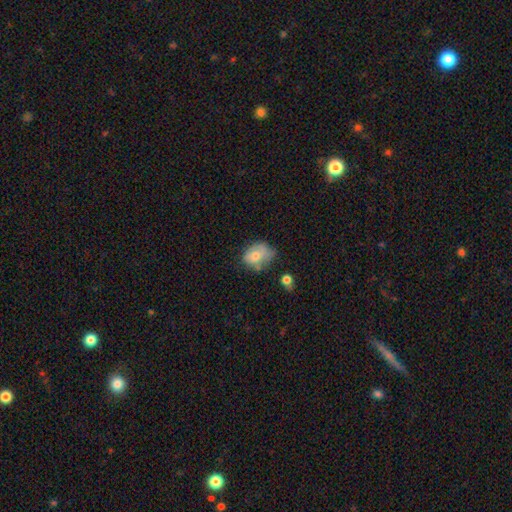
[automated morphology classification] Q: Smooth or featured?
A: smooth (69%); runner-up: featured or disk (23%)
Q: How rounded?
A: in between (65%); runner-up: round (34%)
Q: Merging?
A: none (41%); runner-up: minor disturbance (36%)